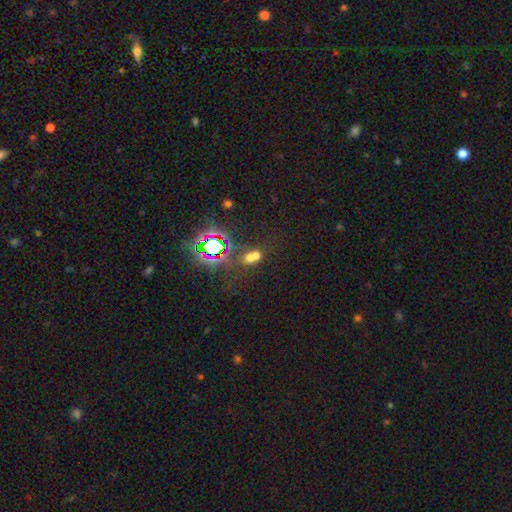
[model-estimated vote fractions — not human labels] Smooth or featured? Predicted: smooth (p=0.51). How rounded? Predicted: round (p=0.53). Merging? Predicted: merger (p=0.55).